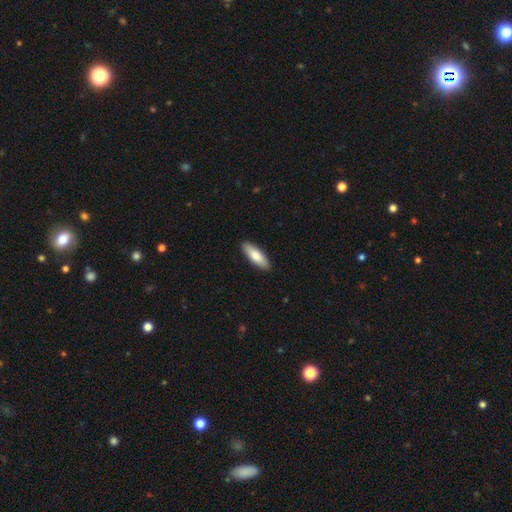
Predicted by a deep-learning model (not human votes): Smooth or featured? smooth (75%)
How rounded? in between (56%)
Merging? none (90%)